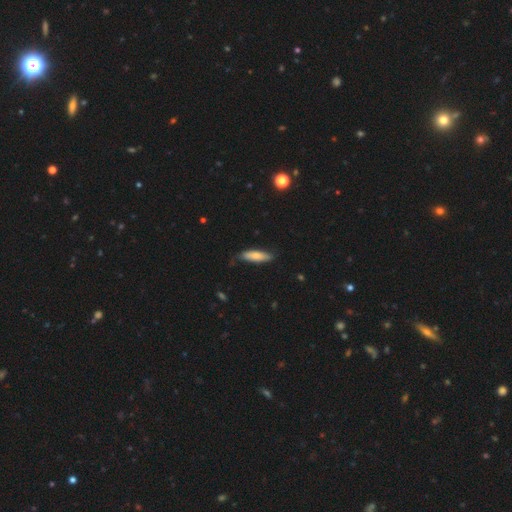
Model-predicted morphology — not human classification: smooth 73%, featured or disk 21%, star or artifact 6%. Down the decision tree: how rounded — cigar-shaped (61%); merging — none (70%).